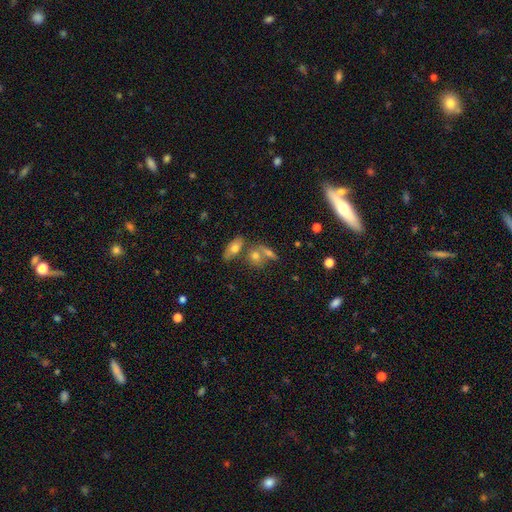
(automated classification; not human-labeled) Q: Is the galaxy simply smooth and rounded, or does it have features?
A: smooth — 67%.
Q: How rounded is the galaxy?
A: in between — 49%.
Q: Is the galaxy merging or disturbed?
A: none — 49%.